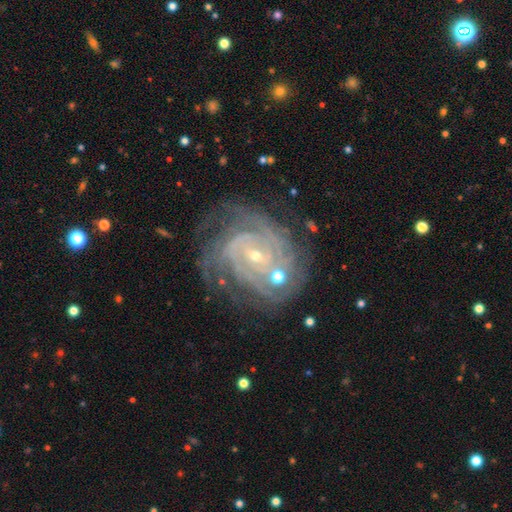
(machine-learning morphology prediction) Smooth or featured? featured or disk (89%)
Edge-on disk? no (97%)
Bar? no (52%)
Spiral arms? yes (98%)
Spiral winding? tight (77%)
Spiral arm count? 4 (24%, tied with can't tell)
Bulge size? small (78%)
Merging? none (61%)